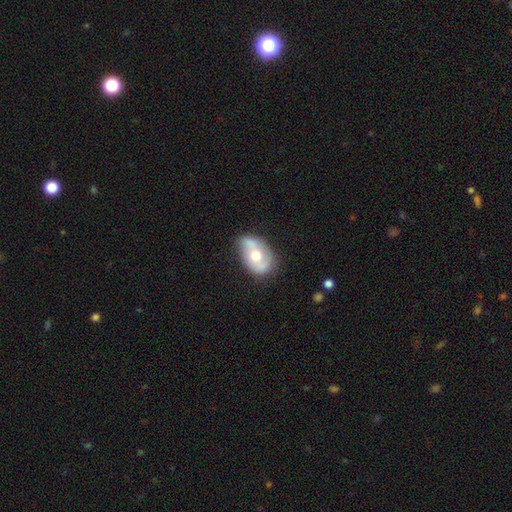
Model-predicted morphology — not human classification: smooth_or_featured: featured or disk (p=0.48) [alt: smooth p=0.46]
merging: none (p=0.55) [alt: minor disturbance p=0.29]